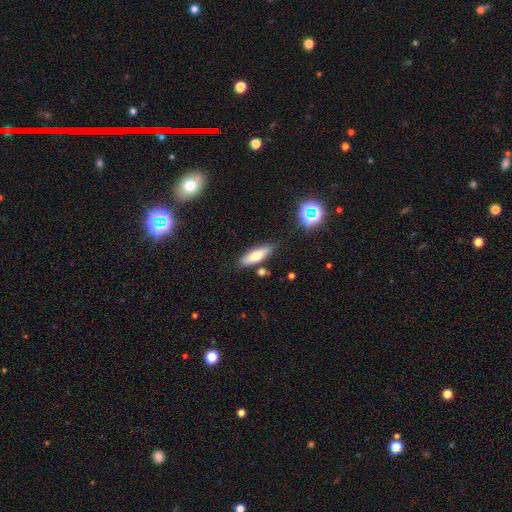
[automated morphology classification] type=smooth (68%); roundness=in between (56%); merging=none (80%).